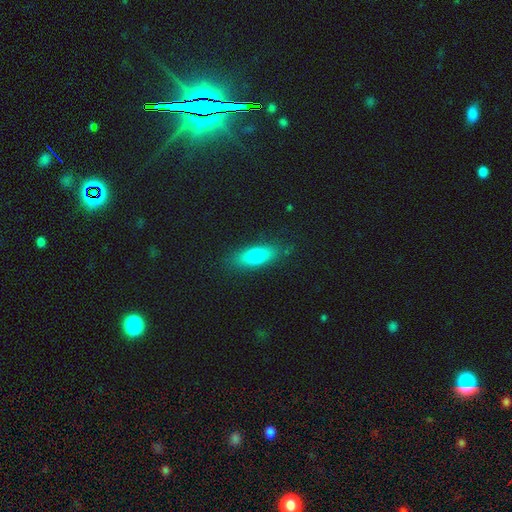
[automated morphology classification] Smooth or featured?
  - smooth: 76% *
  - featured or disk: 17%
  - star or artifact: 7%
How rounded?
  - in between: 65% *
  - cigar-shaped: 32%
  - round: 4%
Merging?
  - none: 83% *
  - minor disturbance: 12%
  - major disturbance: 3%
  - merger: 1%